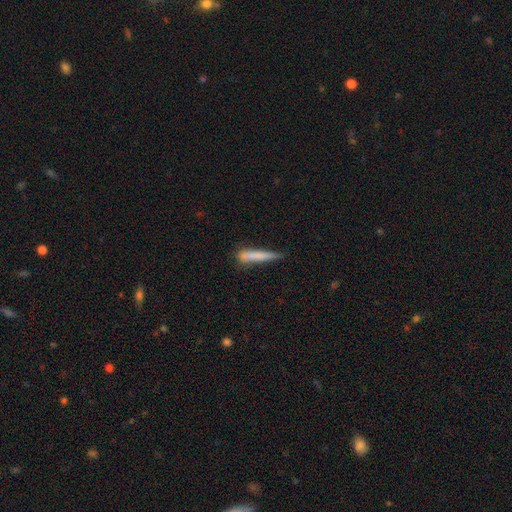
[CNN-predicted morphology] smooth 75%, featured or disk 18%, star or artifact 7%. Down the decision tree: how rounded — cigar-shaped (94%); merging — none (66%).